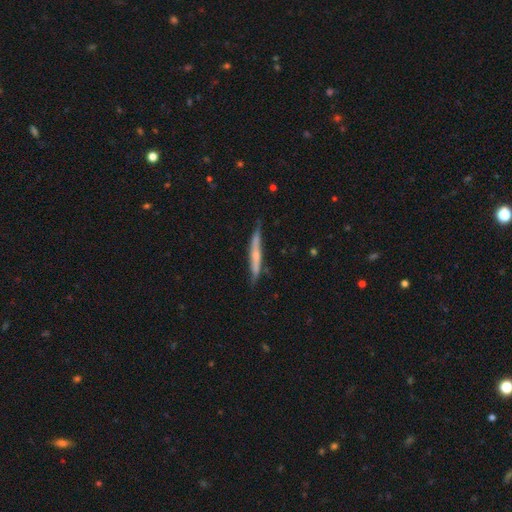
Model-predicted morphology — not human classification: The model was most divided on "edge-on bulge": rounded: 48%, none: 43%, boxy: 8%. More confident: edge-on disk — yes (93%); merging — none (75%); smooth or featured — featured or disk (58%).